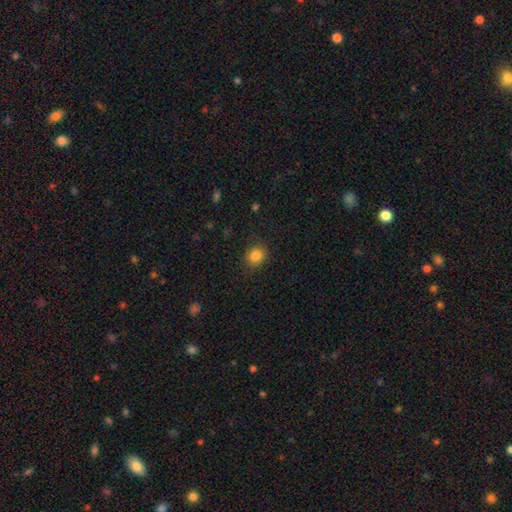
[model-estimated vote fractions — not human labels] This is clearly a smooth galaxy (85%). How rounded: likely round (69%). Merging: clearly none (86%).